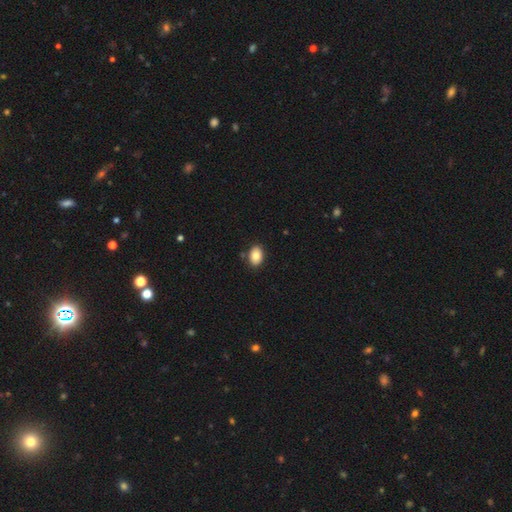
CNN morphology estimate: Overall: smooth (84%). How rounded: in between (84%). Merging: none (86%).